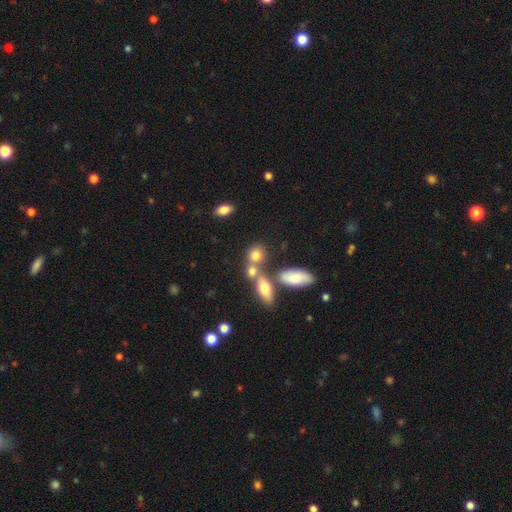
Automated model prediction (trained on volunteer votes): smooth-or-featured: smooth: 76% | featured or disk: 13% | star or artifact: 11%
  how-rounded: round: 55% | in between: 40% | cigar-shaped: 5%
  merging: none: 44% | merger: 40% | minor disturbance: 11% | major disturbance: 5%